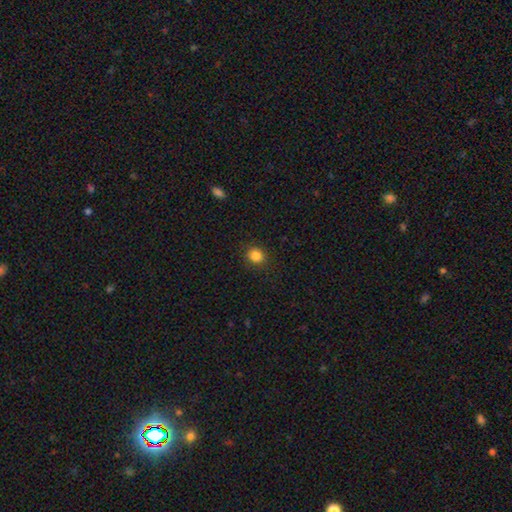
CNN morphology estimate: Q: Smooth or featured?
A: smooth (85%); runner-up: star or artifact (11%)
Q: How rounded?
A: round (79%); runner-up: in between (21%)
Q: Merging?
A: none (89%); runner-up: minor disturbance (7%)